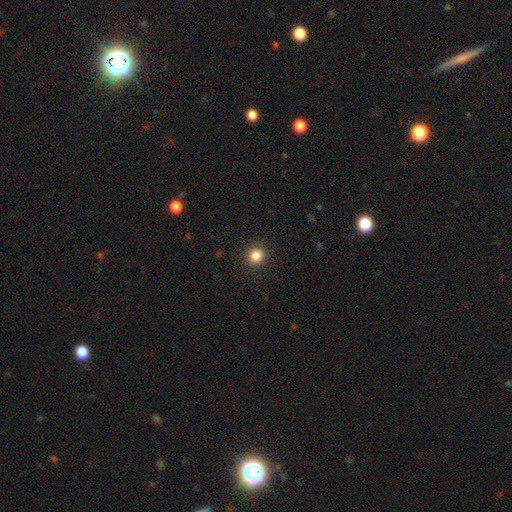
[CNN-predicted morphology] Overall: smooth (85%). How rounded: round (91%). Merging: none (91%).